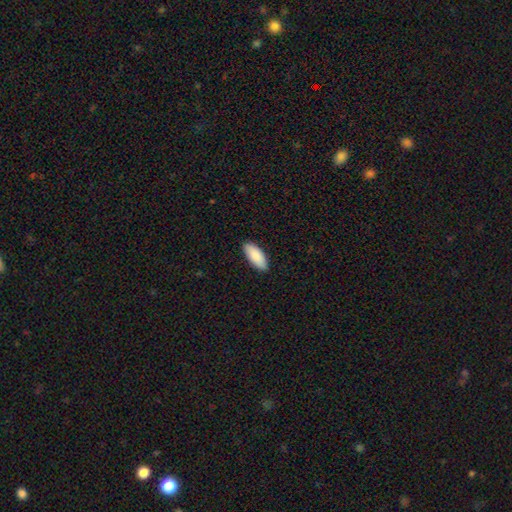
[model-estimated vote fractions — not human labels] The model was most divided on "how rounded": in between: 83%, cigar-shaped: 15%, round: 2%. More confident: smooth or featured — smooth (90%); merging — none (89%).